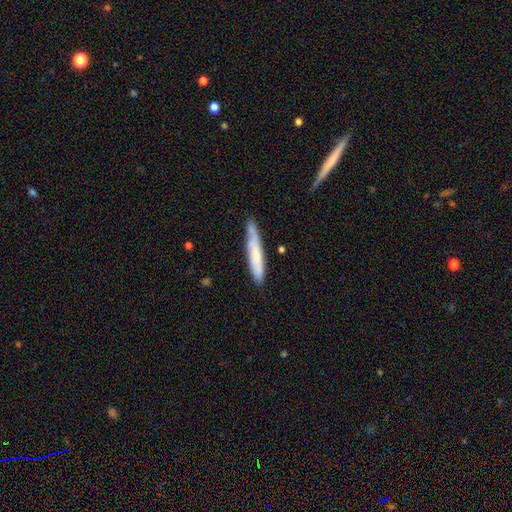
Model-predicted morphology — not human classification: Smooth or featured?
  - smooth: 65% *
  - featured or disk: 30%
  - star or artifact: 6%
How rounded?
  - cigar-shaped: 92% *
  - in between: 6%
  - round: 1%
Merging?
  - none: 74% *
  - minor disturbance: 20%
  - major disturbance: 3%
  - merger: 2%